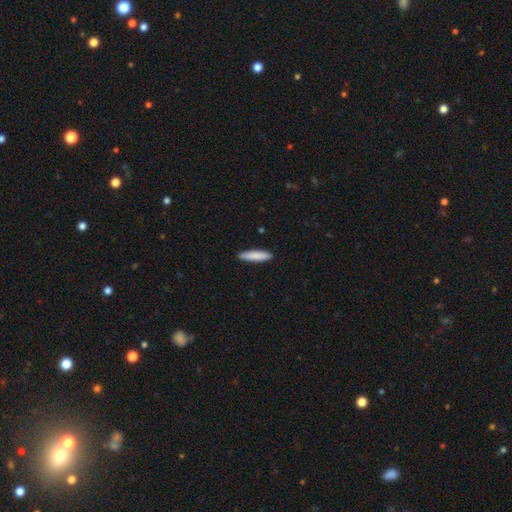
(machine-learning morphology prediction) smooth_or_featured: smooth (p=0.86) [alt: featured or disk p=0.08]
how_rounded: cigar-shaped (p=0.79) [alt: in between p=0.20]
merging: none (p=0.90) [alt: minor disturbance p=0.07]